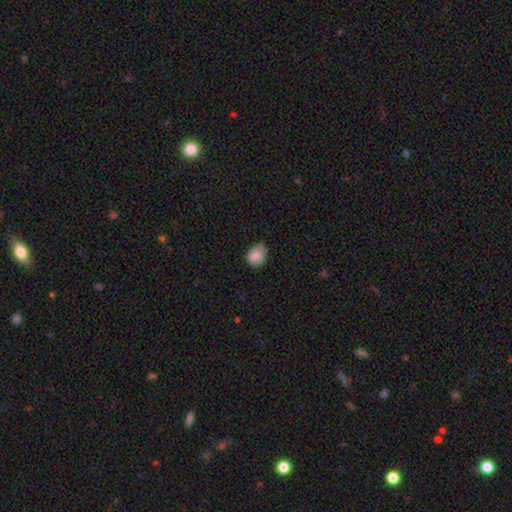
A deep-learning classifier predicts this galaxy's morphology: Smooth or featured? Predicted: smooth (p=0.84). How rounded? Predicted: in between (p=0.59). Merging? Predicted: none (p=0.64).